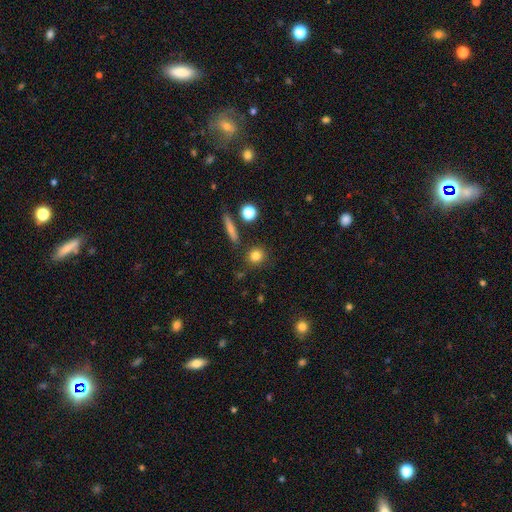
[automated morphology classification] Q: Smooth or featured?
A: smooth (82%); runner-up: star or artifact (11%)
Q: How rounded?
A: round (85%); runner-up: in between (12%)
Q: Merging?
A: none (85%); runner-up: minor disturbance (8%)